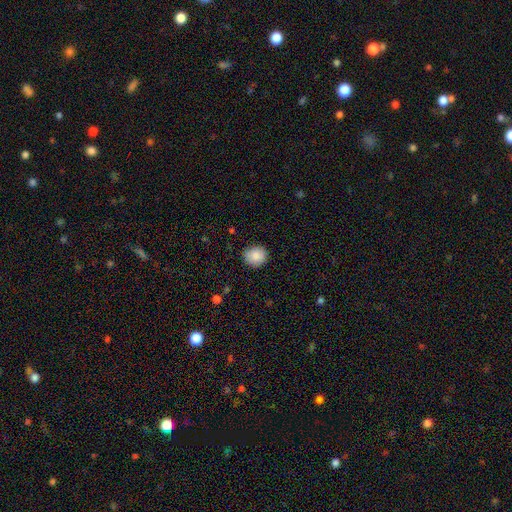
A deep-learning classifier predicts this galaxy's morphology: smooth-or-featured: smooth: 87% | star or artifact: 8% | featured or disk: 5%
  how-rounded: round: 82% | in between: 17% | cigar-shaped: 1%
  merging: none: 85% | minor disturbance: 11% | major disturbance: 2% | merger: 1%